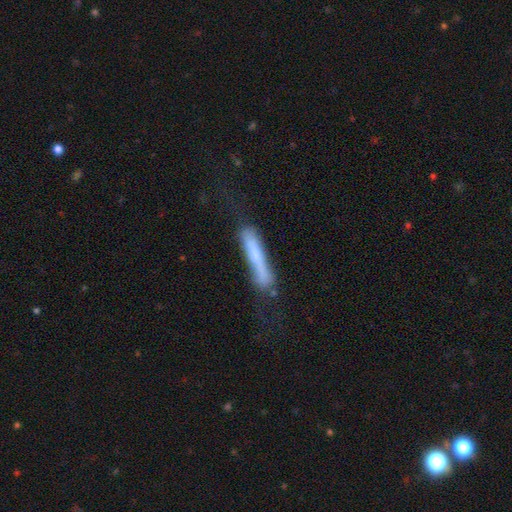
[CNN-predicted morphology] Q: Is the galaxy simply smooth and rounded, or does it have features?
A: smooth — 57%.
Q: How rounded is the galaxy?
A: cigar-shaped — 93%.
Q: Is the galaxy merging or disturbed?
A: none — 54%.